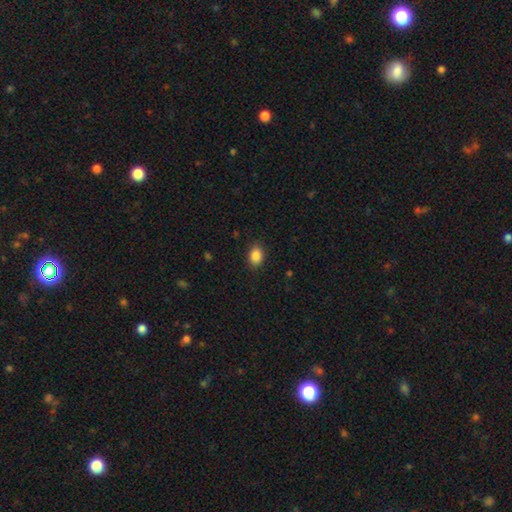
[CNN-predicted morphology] Overall: smooth (87%). How rounded: in between (75%). Merging: none (88%).